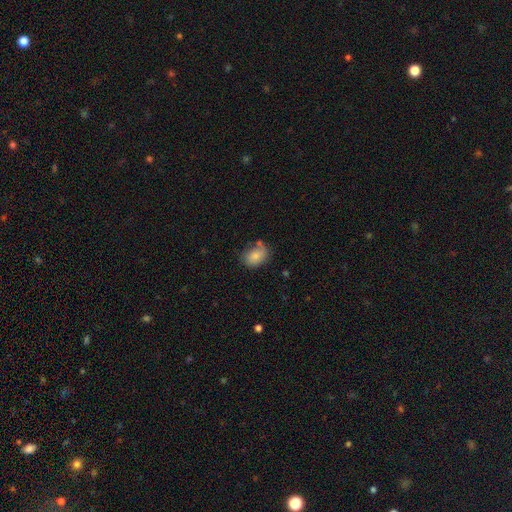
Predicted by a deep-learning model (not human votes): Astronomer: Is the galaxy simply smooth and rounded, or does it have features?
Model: smooth — 80%.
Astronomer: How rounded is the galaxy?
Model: in between — 74%.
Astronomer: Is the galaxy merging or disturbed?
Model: none — 62%.